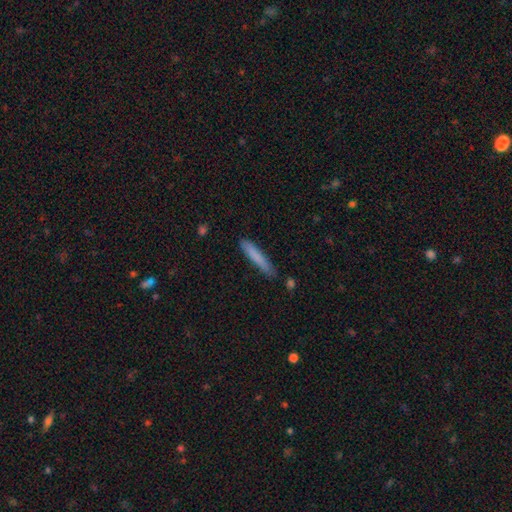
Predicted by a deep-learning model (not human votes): smooth 79%, featured or disk 15%, star or artifact 6%. Down the decision tree: how rounded — cigar-shaped (94%); merging — none (79%).